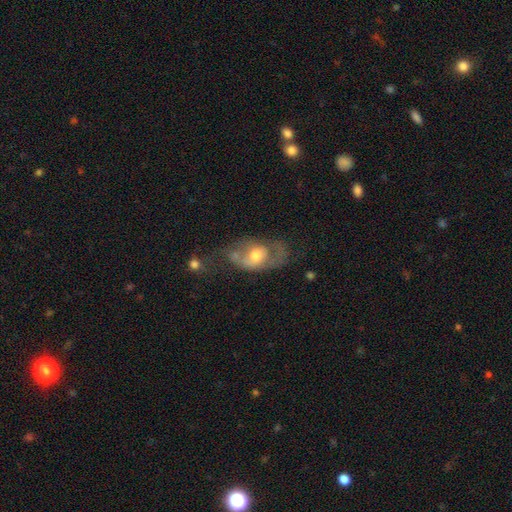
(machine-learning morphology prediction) This is possibly a featured or disk galaxy (55%). It is clearly not viewed edge-on (91%). Bar: likely no (74%). Spiral arm pattern: possibly yes (51%). Central bulge: likely moderate (67%). Merging: marginally major disturbance (33%).